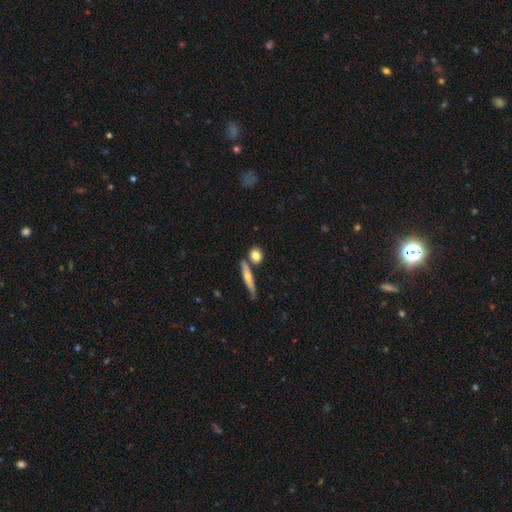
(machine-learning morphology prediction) Overall: smooth (78%). How rounded: round (60%; in between 27%). Merging: none (69%).